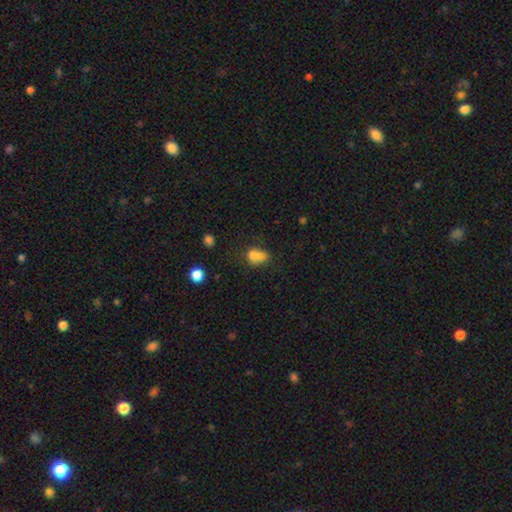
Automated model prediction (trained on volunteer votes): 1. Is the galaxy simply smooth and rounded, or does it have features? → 70% smooth, 17% featured or disk, 13% star or artifact.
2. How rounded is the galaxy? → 50% in between, 48% round, 2% cigar-shaped.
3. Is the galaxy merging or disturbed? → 59% merger, 25% none, 10% minor disturbance, 6% major disturbance.